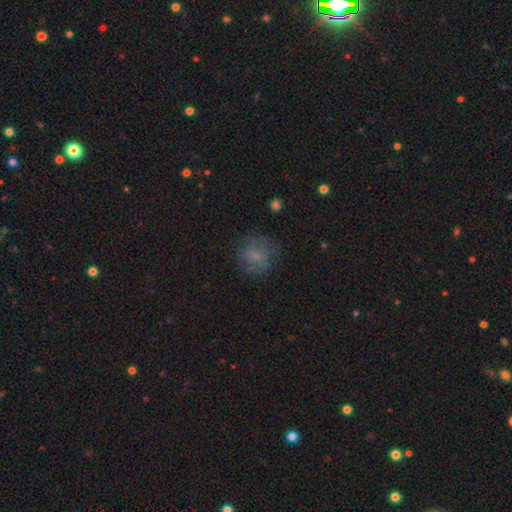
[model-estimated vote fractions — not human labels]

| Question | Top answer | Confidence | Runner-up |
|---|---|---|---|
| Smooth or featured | smooth | 66% | featured or disk (21%) |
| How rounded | round | 82% | in between (17%) |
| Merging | none | 68% | minor disturbance (19%) |